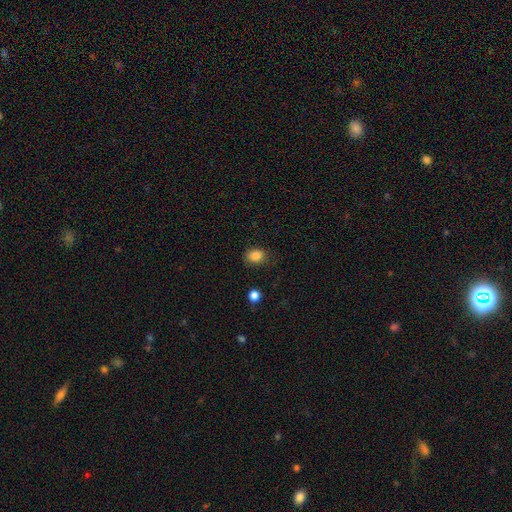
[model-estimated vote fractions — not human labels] smooth-or-featured: smooth: 86% | star or artifact: 10% | featured or disk: 4%
  how-rounded: in between: 64% | round: 35% | cigar-shaped: 1%
  merging: none: 80% | minor disturbance: 15% | major disturbance: 4% | merger: 2%